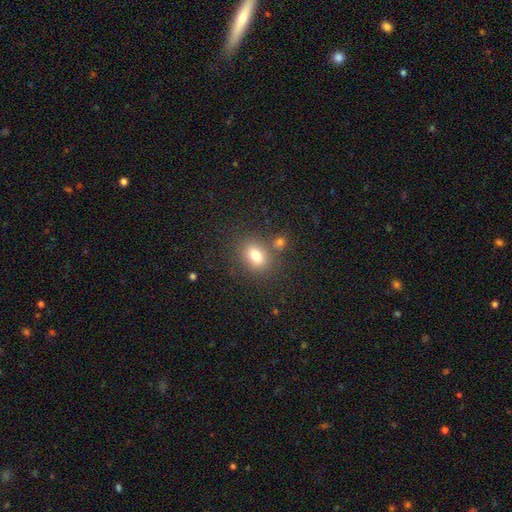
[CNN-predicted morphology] The model was most divided on "how rounded": in between: 65%, round: 33%, cigar-shaped: 1%. More confident: smooth or featured — smooth (78%); merging — none (72%).